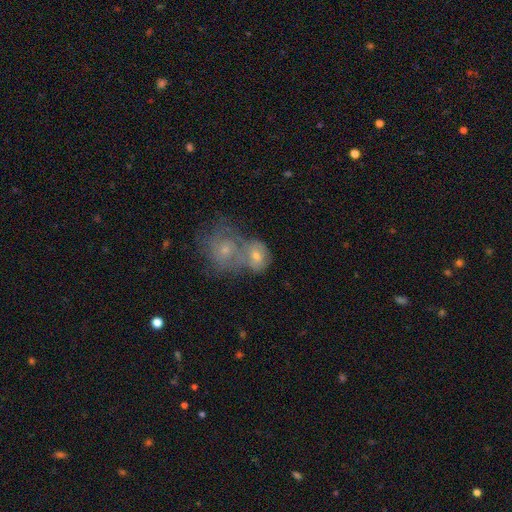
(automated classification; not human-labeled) Smooth or featured? featured or disk (49%)
Merging? merger (62%)